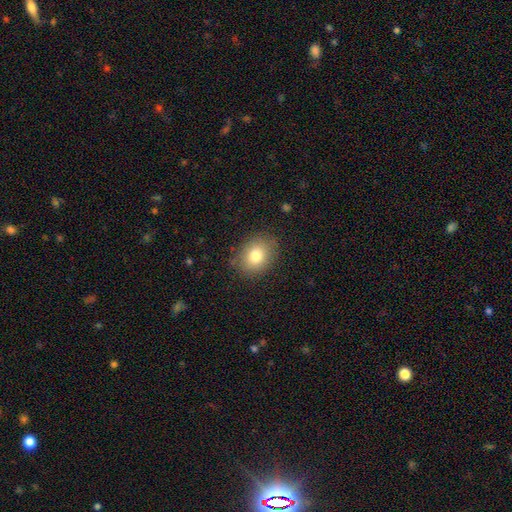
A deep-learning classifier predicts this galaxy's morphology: Smooth or featured?
  - smooth: 79% *
  - featured or disk: 11%
  - star or artifact: 10%
How rounded?
  - in between: 58% *
  - round: 41%
  - cigar-shaped: 1%
Merging?
  - none: 83% *
  - minor disturbance: 12%
  - major disturbance: 3%
  - merger: 1%